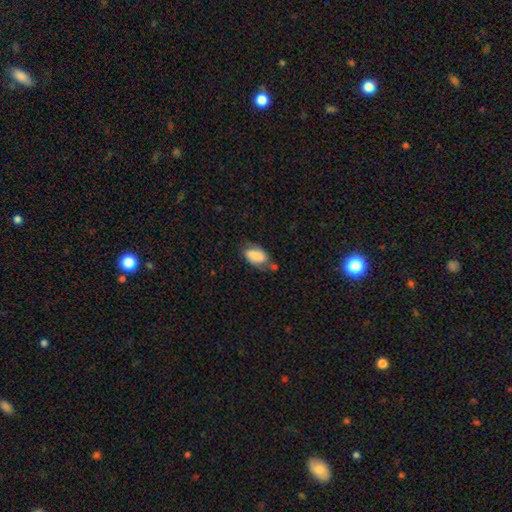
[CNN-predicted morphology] smooth-or-featured: smooth: 67% | featured or disk: 25% | star or artifact: 8%
  how-rounded: in between: 92% | round: 6% | cigar-shaped: 3%
  merging: none: 49% | minor disturbance: 30% | major disturbance: 11% | merger: 10%